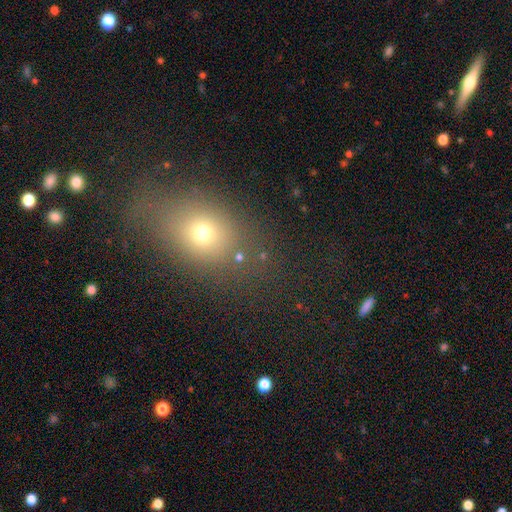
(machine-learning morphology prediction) A smooth galaxy with no disk features (61%) that is in between round and cigar-shaped (60%). Merging: none (77%).